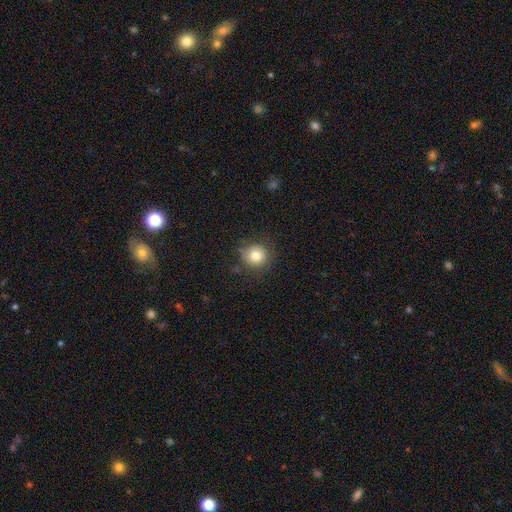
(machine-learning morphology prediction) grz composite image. It shows a smooth galaxy with no disk features (79%) that is round (90%). Merging: none (77%).